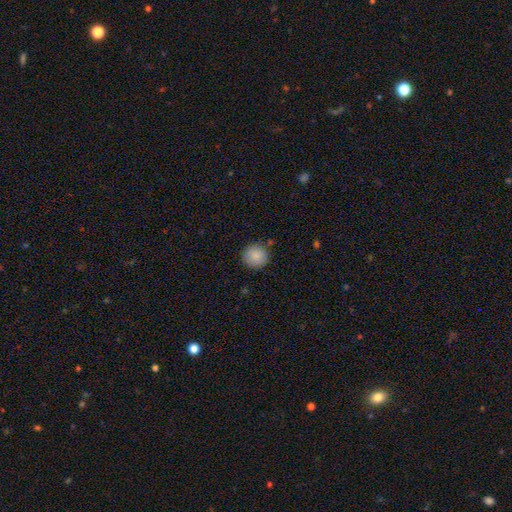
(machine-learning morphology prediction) smooth 88%, star or artifact 8%, featured or disk 4%. Down the decision tree: how rounded — round (93%); merging — none (86%).